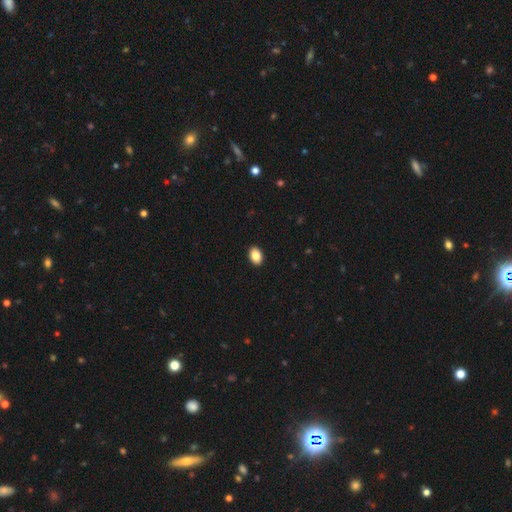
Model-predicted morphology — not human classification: Smooth or featured: smooth — 86% (star or artifact — 8%)
How rounded: in between — 84% (round — 15%)
Merging: none — 91% (minor disturbance — 6%)